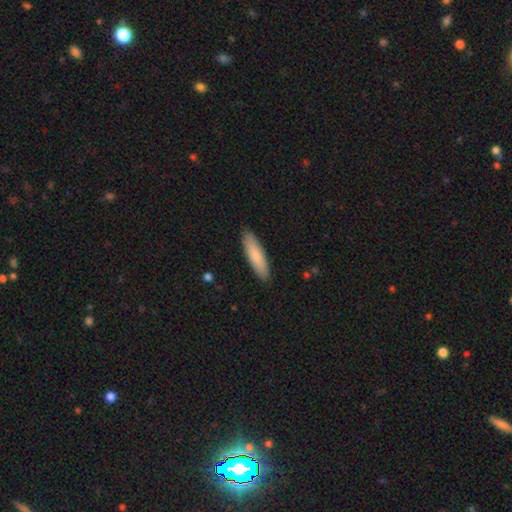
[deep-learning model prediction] Smooth or featured? Predicted: smooth (p=0.81). How rounded? Predicted: cigar-shaped (p=0.68). Merging? Predicted: none (p=0.90).